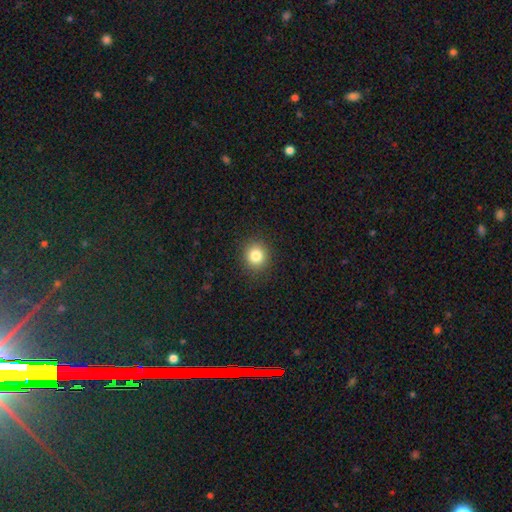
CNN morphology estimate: Smooth or featured: smooth — 82% (star or artifact — 12%)
How rounded: round — 88% (in between — 11%)
Merging: none — 90% (minor disturbance — 6%)